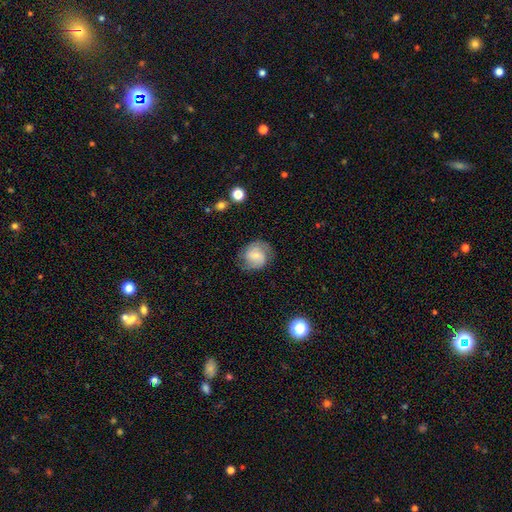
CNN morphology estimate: This is possibly a featured or disk galaxy (52%). It is clearly not viewed edge-on (97%). Bar: possibly weak (47%). Spiral arm pattern: clearly yes (87%). Central bulge: possibly small (56%). Merging: likely none (73%).